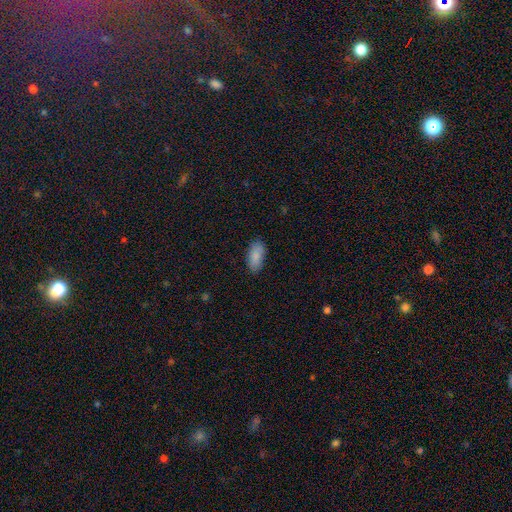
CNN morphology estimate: Smooth or featured? Predicted: smooth (p=0.87). How rounded? Predicted: in between (p=0.91). Merging? Predicted: none (p=0.84).